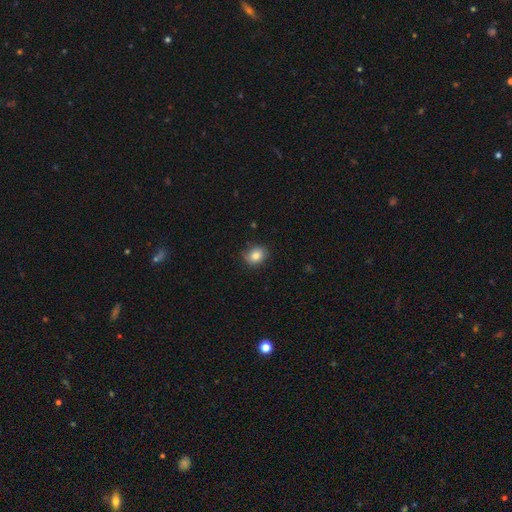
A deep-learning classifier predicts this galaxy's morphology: Smooth or featured?
  - smooth: 82% *
  - star or artifact: 10%
  - featured or disk: 9%
How rounded?
  - round: 62% *
  - in between: 37%
  - cigar-shaped: 1%
Merging?
  - none: 78% *
  - minor disturbance: 18%
  - major disturbance: 3%
  - merger: 1%